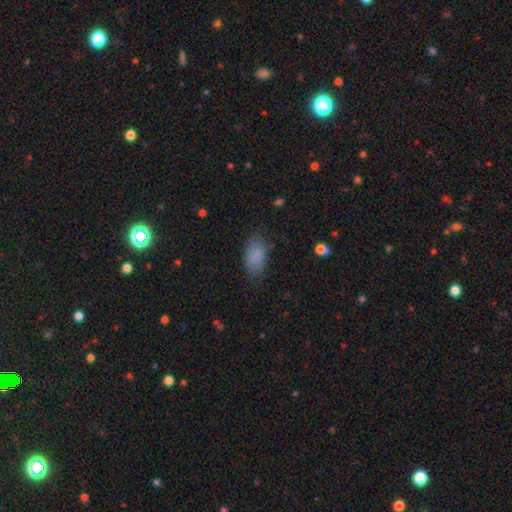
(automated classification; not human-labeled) smooth 83%, star or artifact 9%, featured or disk 9%. Down the decision tree: how rounded — in between (92%); merging — none (68%).